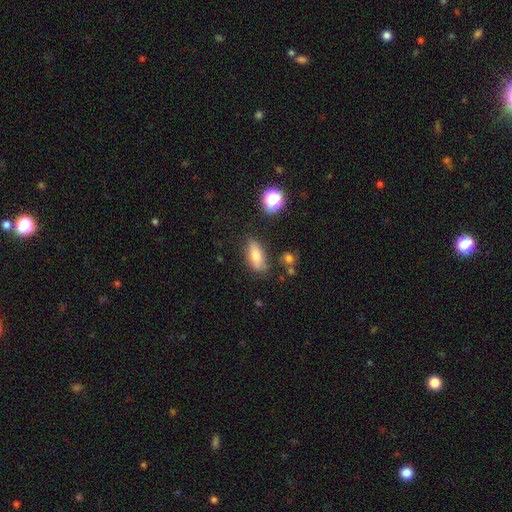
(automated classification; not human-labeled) smooth_or_featured: smooth (p=0.73) [alt: featured or disk p=0.18]
how_rounded: in between (p=0.74) [alt: cigar-shaped p=0.22]
merging: none (p=0.76) [alt: minor disturbance p=0.16]